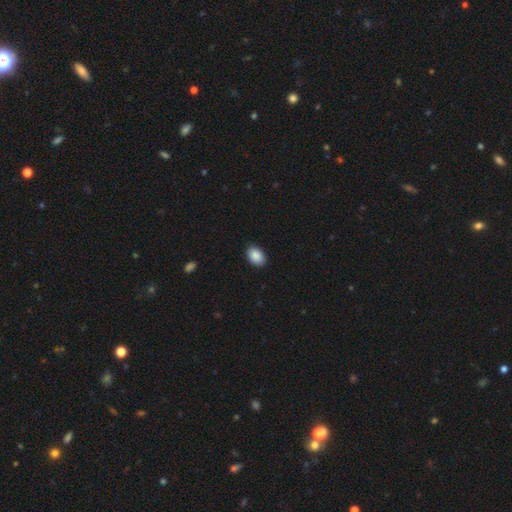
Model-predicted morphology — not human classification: Smooth or featured? Predicted: smooth (p=0.90). How rounded? Predicted: in between (p=0.86). Merging? Predicted: none (p=0.89).